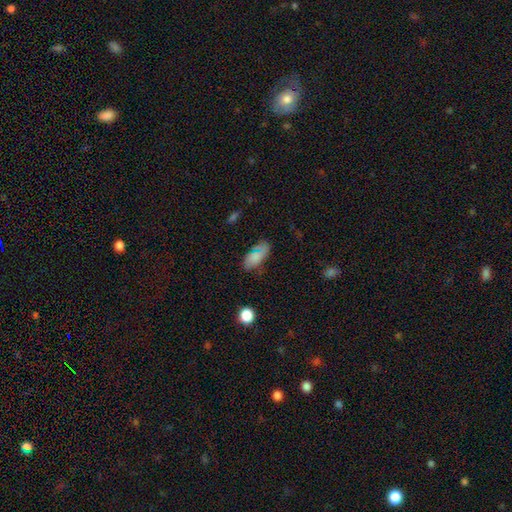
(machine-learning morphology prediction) The model was most divided on "merging": none: 66%, minor disturbance: 22%, major disturbance: 7%, merger: 4%. More confident: how rounded — in between (87%); smooth or featured — smooth (70%).